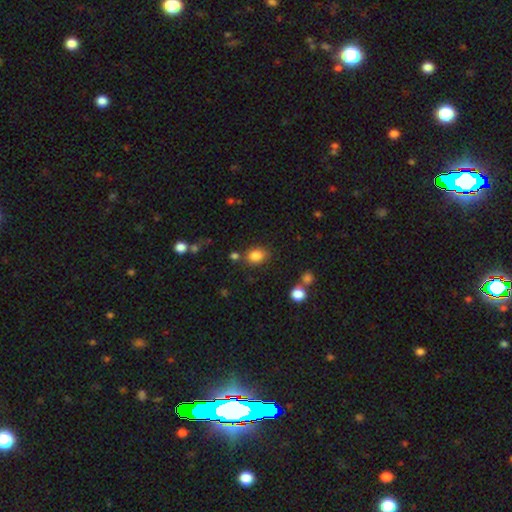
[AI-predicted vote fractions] smooth_or_featured: smooth (p=0.84) [alt: star or artifact p=0.10]
how_rounded: in between (p=0.55) [alt: round p=0.44]
merging: none (p=0.74) [alt: minor disturbance p=0.15]